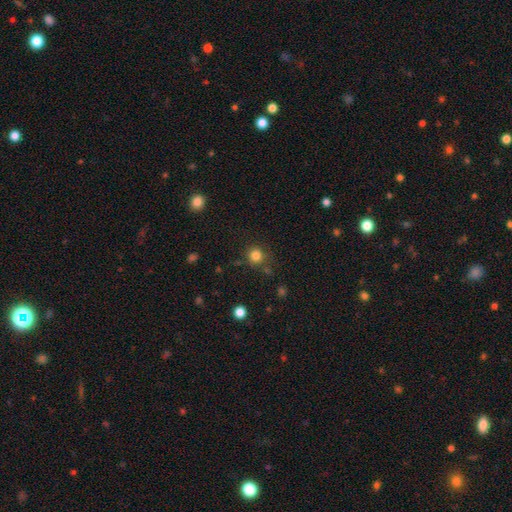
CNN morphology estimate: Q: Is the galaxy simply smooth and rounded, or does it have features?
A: smooth — 82%.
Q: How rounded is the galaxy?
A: round — 92%.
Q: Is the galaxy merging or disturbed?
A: none — 80%.